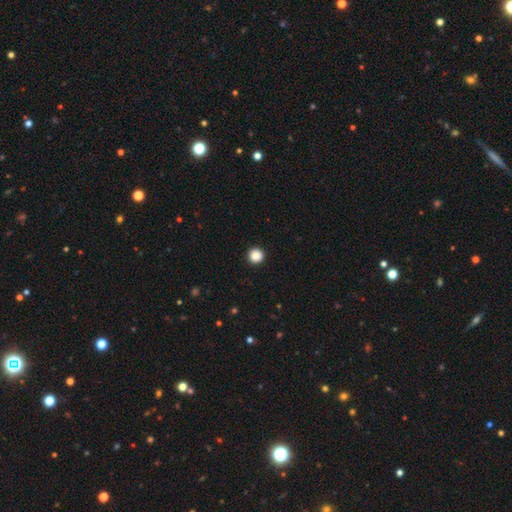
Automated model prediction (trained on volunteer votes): This appears to be a smooth galaxy with no disk features (88%) that is round (96%). Merging: none (94%).